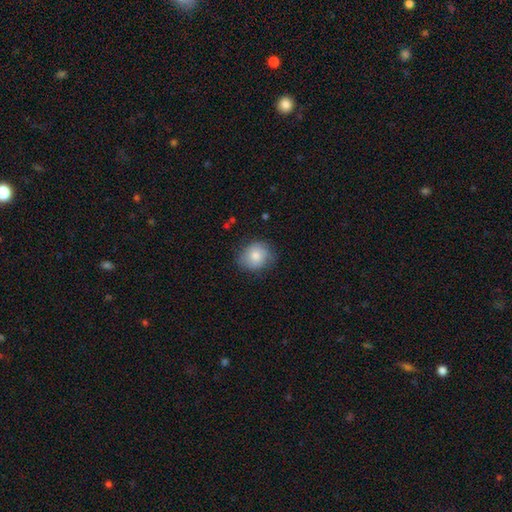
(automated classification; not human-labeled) smooth-or-featured: smooth: 78% | featured or disk: 15% | star or artifact: 7%
  how-rounded: round: 69% | in between: 30% | cigar-shaped: 1%
  merging: none: 69% | minor disturbance: 24% | major disturbance: 6% | merger: 1%